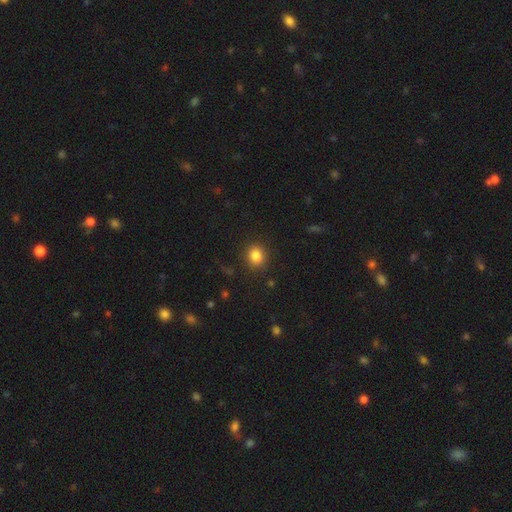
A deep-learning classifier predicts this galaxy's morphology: Smooth or featured? smooth (84%)
How rounded? round (70%)
Merging? none (87%)